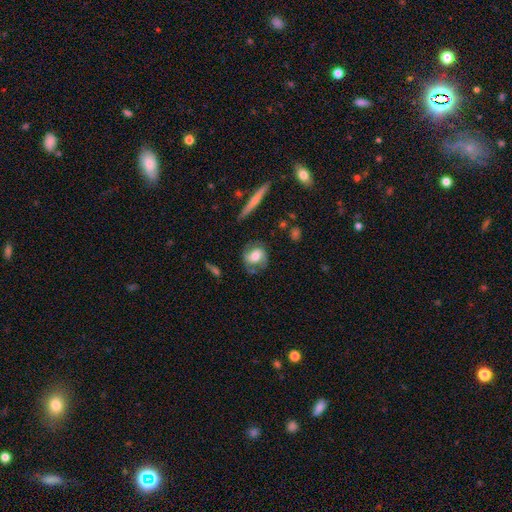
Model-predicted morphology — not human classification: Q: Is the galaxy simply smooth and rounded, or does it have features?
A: featured or disk — 60%.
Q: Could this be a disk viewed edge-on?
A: no — 94%.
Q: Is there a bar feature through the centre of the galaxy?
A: no — 48%.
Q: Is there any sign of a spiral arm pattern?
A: yes — 86%.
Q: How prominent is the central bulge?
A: moderate — 48%.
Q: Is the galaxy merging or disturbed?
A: none — 68%.